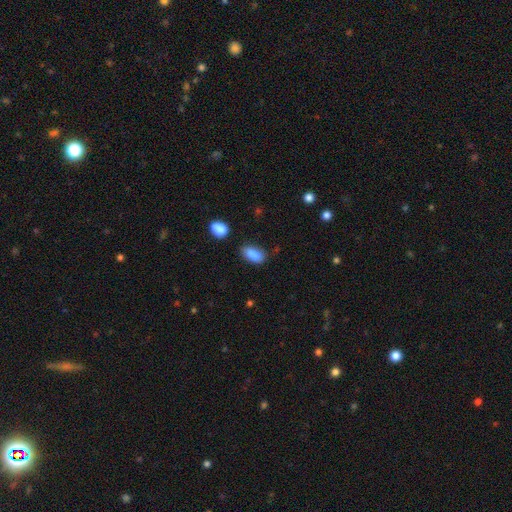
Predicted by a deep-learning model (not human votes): Morphology: type=smooth (85%); roundness=in between (88%); merging=none (63%).